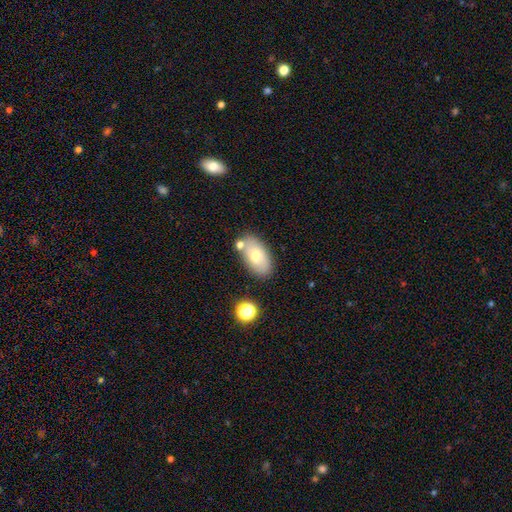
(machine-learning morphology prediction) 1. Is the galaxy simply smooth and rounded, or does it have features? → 69% smooth, 22% featured or disk, 9% star or artifact.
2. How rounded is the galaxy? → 92% in between, 6% round, 2% cigar-shaped.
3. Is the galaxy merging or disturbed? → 74% none, 13% minor disturbance, 10% merger, 3% major disturbance.